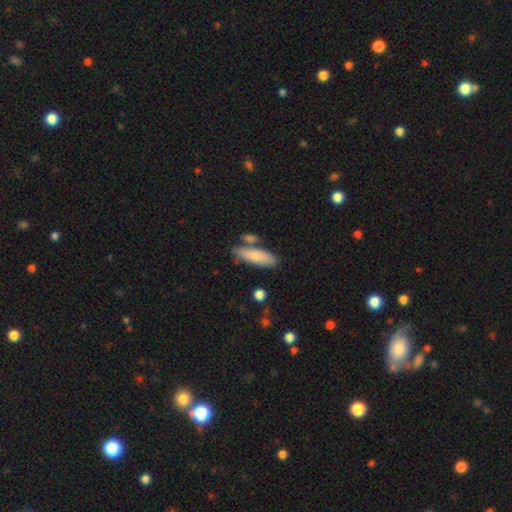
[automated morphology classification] Smooth or featured?
  - smooth: 79% *
  - featured or disk: 15%
  - star or artifact: 6%
How rounded?
  - in between: 56% *
  - cigar-shaped: 42%
  - round: 2%
Merging?
  - none: 69% *
  - minor disturbance: 14%
  - merger: 13%
  - major disturbance: 3%